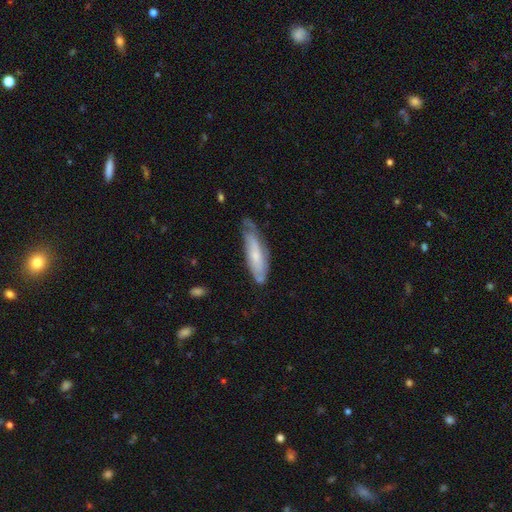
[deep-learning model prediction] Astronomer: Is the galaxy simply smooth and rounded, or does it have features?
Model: featured or disk — 47% (runner-up: smooth, 46%).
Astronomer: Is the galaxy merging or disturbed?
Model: none — 53% (runner-up: minor disturbance, 33%).